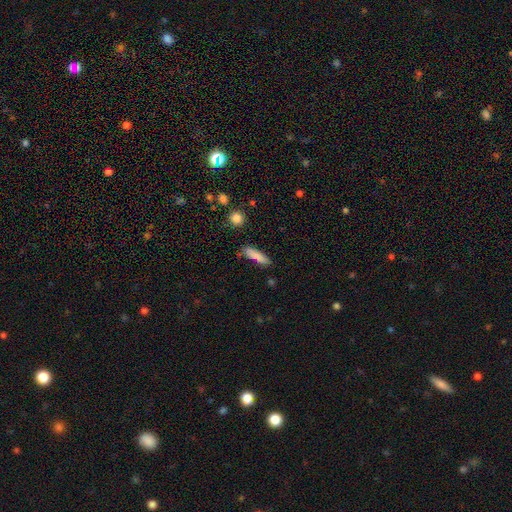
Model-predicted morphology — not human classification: Q: Smooth or featured?
A: smooth (84%); runner-up: featured or disk (9%)
Q: How rounded?
A: cigar-shaped (75%); runner-up: in between (23%)
Q: Merging?
A: none (81%); runner-up: minor disturbance (13%)